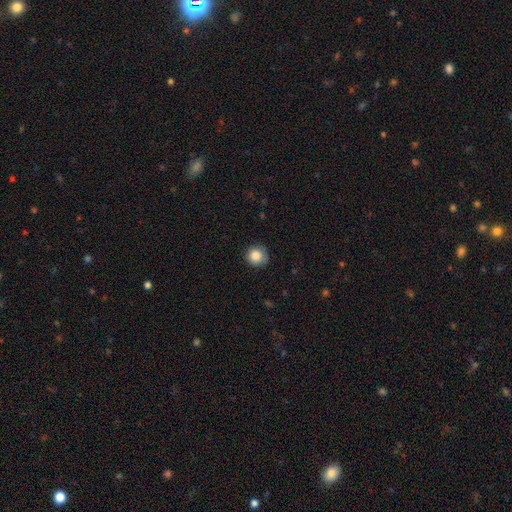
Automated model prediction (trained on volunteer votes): A smooth galaxy with no disk features (85%) that is round (92%). Merging: none (80%).